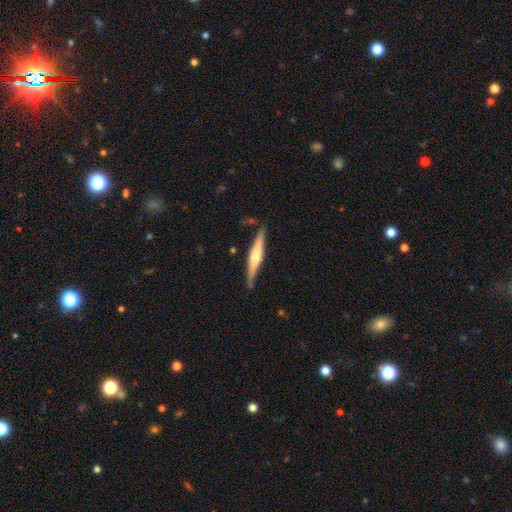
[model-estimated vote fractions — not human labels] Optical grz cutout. It shows a featured or disk galaxy (60%) viewed edge-on (97%) with a rounded central bulge (73%). Merging: none (83%).